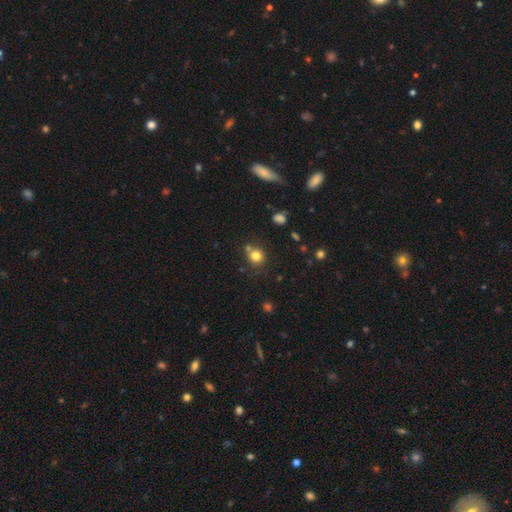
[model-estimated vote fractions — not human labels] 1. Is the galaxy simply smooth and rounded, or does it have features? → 79% smooth, 13% star or artifact, 8% featured or disk.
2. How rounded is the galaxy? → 83% round, 16% in between, 1% cigar-shaped.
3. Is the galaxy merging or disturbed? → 66% none, 17% merger, 13% minor disturbance, 4% major disturbance.